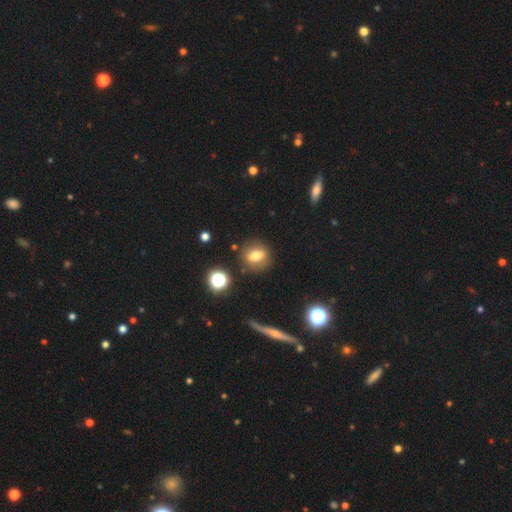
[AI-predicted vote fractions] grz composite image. It shows a smooth galaxy with no disk features (70%) that is round (52%). Merging: none (83%).